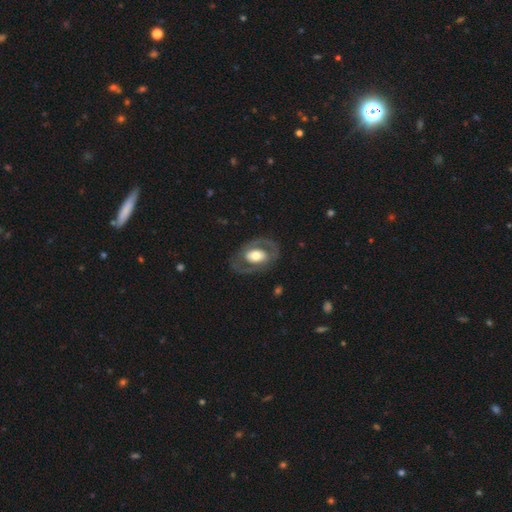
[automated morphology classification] Smooth or featured? featured or disk (64%)
Edge-on disk? no (94%)
Bar? no (64%)
Spiral arms? no (56%)
Bulge size? moderate (52%)
Merging? none (76%)